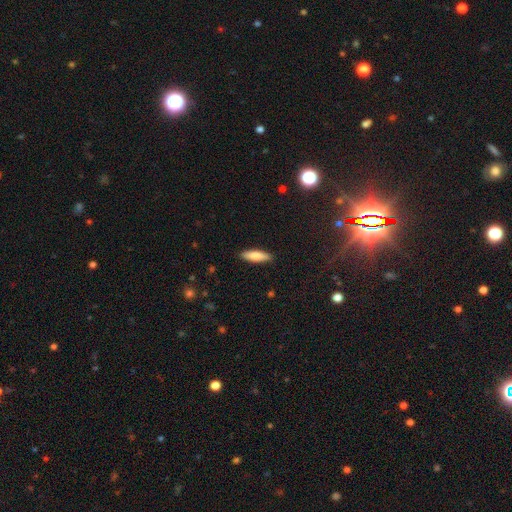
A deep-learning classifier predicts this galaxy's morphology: Smooth or featured? smooth (79%)
How rounded? cigar-shaped (60%)
Merging? none (89%)